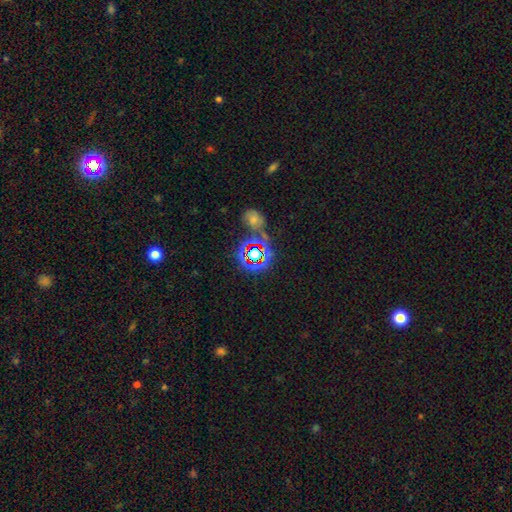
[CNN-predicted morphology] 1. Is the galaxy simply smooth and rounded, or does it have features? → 68% star or artifact, 22% smooth, 11% featured or disk.